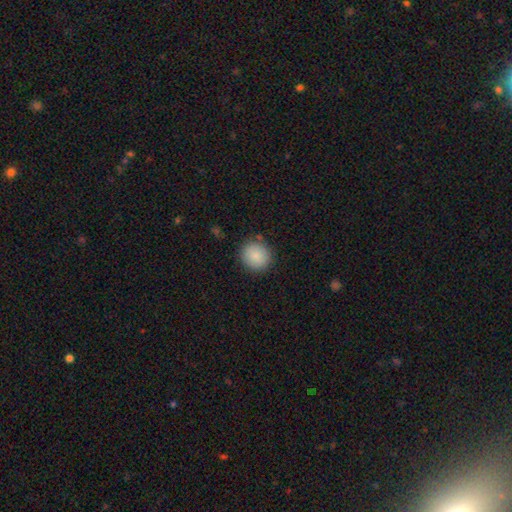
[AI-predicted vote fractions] Smooth or featured?
  - smooth: 87% *
  - star or artifact: 8%
  - featured or disk: 5%
How rounded?
  - round: 90% *
  - in between: 9%
  - cigar-shaped: 1%
Merging?
  - none: 88% *
  - minor disturbance: 8%
  - major disturbance: 2%
  - merger: 2%